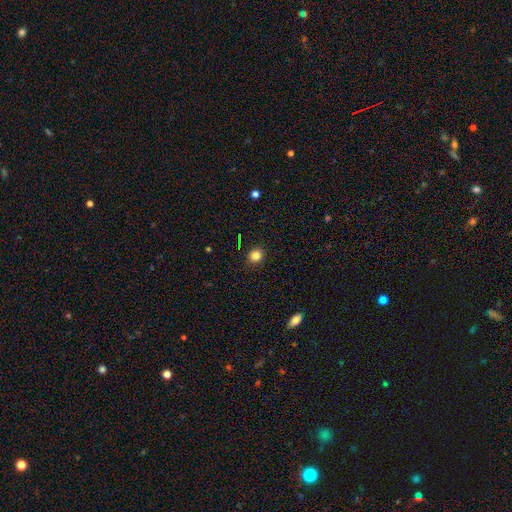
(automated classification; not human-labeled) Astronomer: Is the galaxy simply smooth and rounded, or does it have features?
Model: smooth — 82%.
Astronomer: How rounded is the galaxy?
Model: round — 84%.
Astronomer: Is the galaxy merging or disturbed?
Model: none — 90%.